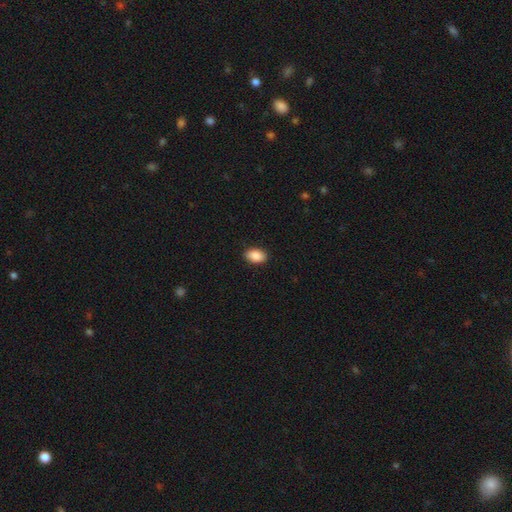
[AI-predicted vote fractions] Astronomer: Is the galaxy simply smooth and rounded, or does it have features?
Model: smooth — 90%.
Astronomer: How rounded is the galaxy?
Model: in between — 90%.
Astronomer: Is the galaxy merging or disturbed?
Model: none — 90%.